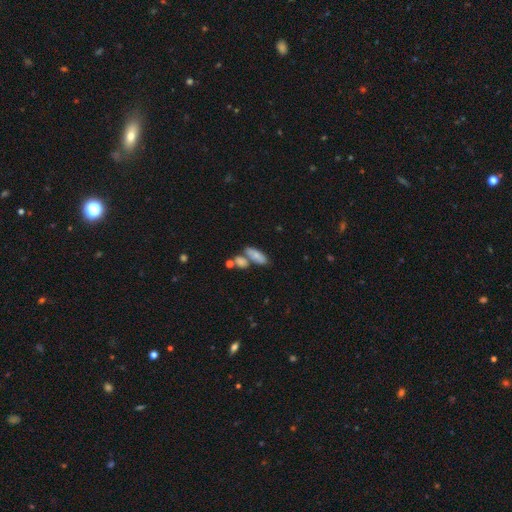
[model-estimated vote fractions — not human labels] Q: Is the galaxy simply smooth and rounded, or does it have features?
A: smooth — 72%.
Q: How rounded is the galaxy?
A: in between — 74%.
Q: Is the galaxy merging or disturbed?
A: merger — 42%.